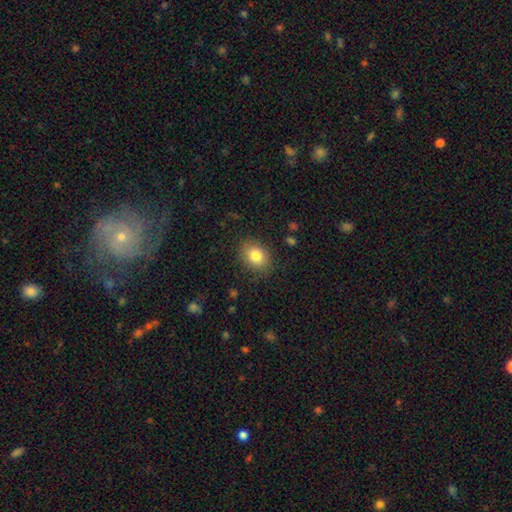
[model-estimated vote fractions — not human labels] The model was most divided on "how rounded": in between: 58%, round: 41%, cigar-shaped: 1%. More confident: merging — none (84%); smooth or featured — smooth (82%).